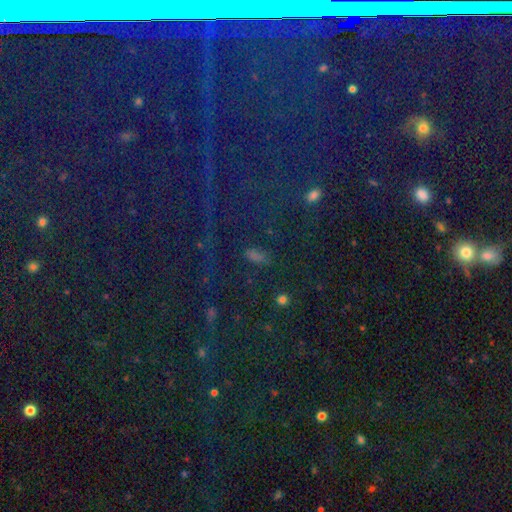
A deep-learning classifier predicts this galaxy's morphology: The model was most divided on "smooth or featured": smooth: 47%, star or artifact: 45%, featured or disk: 8%. More confident: merging — none (77%).